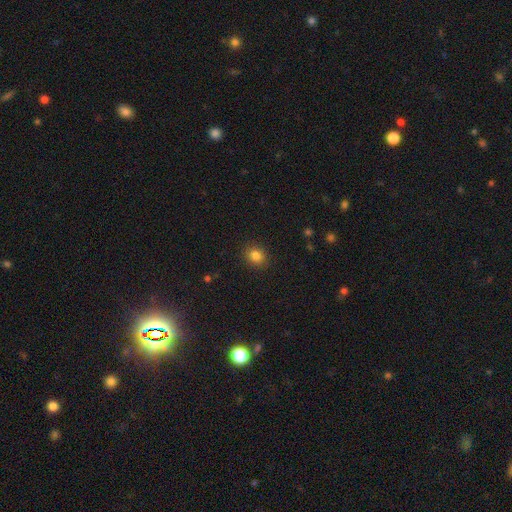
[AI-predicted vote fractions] A smooth galaxy with no disk features (84%) that is round (68%).

Vote fractions:
- Smooth or featured? smooth: 84% / star or artifact: 12% / featured or disk: 5%
- How rounded? round: 68% / in between: 32% / cigar-shaped: 1%
- Merging? none: 89% / minor disturbance: 8% / major disturbance: 2% / merger: 1%